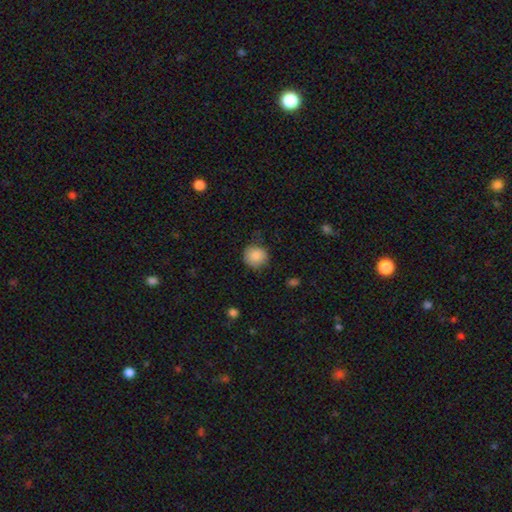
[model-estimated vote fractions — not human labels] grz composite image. It shows a smooth galaxy with no disk features (88%) that is round (88%). Merging: none (77%).